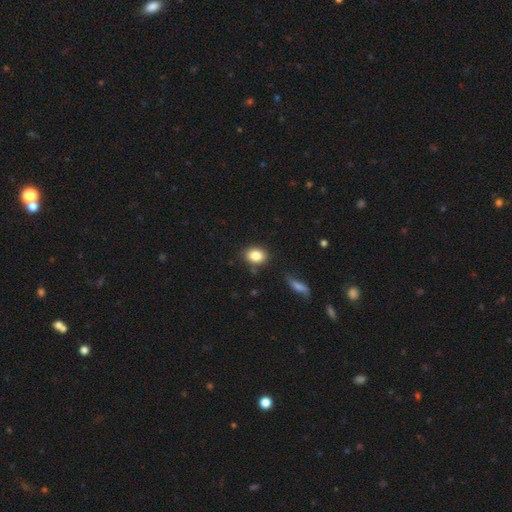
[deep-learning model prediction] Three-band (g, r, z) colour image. It shows a smooth galaxy with no disk features (84%) that is in between round and cigar-shaped (60%). Merging: none (81%).